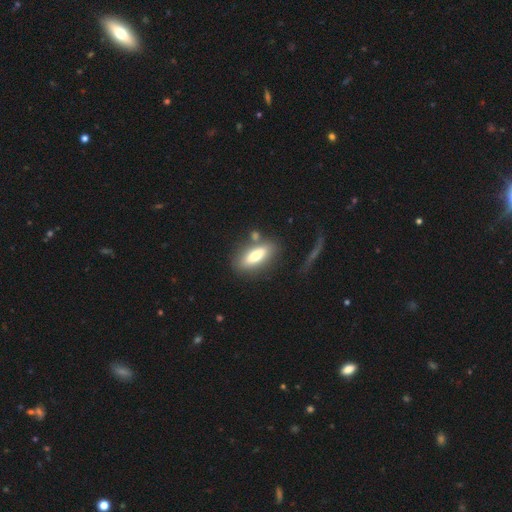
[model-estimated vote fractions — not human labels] A smooth galaxy with no disk features (65%) that is in between round and cigar-shaped (71%). Merging: none (71%).